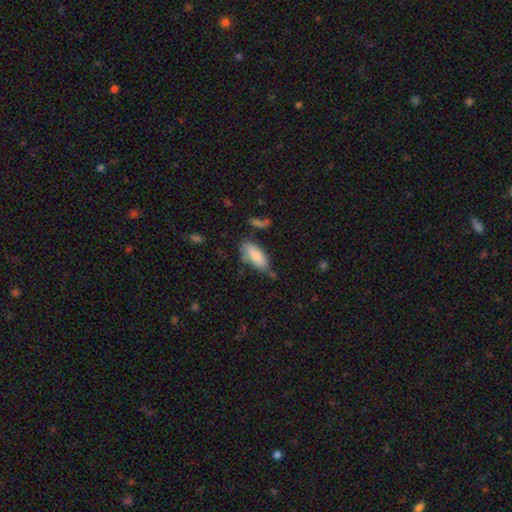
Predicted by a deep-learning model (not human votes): smooth_or_featured: smooth (p=0.81) [alt: featured or disk p=0.12]
how_rounded: in between (p=0.84) [alt: cigar-shaped p=0.14]
merging: none (p=0.59) [alt: minor disturbance p=0.26]